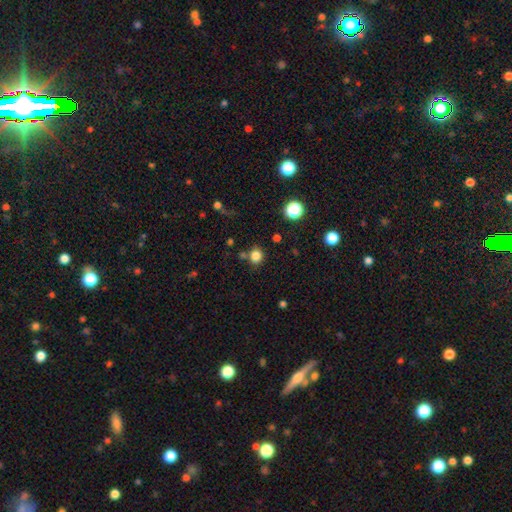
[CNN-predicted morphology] This appears to be a smooth galaxy with no disk features (82%) that is round (86%). Merging: none (79%).